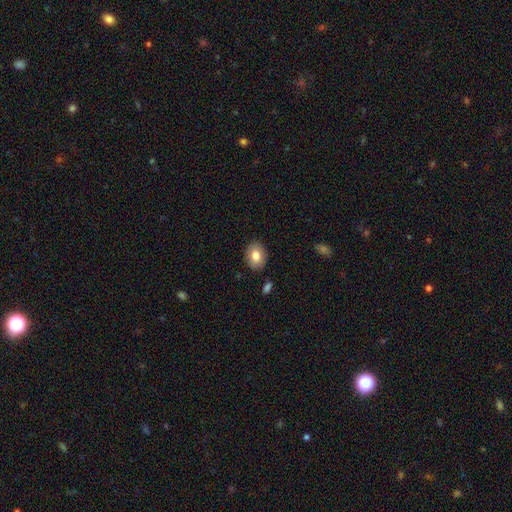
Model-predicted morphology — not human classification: Smooth or featured? Predicted: smooth (p=0.81). How rounded? Predicted: in between (p=0.54). Merging? Predicted: none (p=0.88).